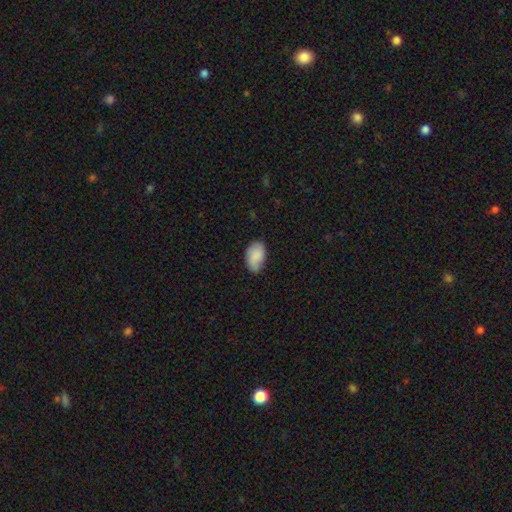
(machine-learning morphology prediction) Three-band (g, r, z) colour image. It shows a smooth galaxy with no disk features (82%) that is in between round and cigar-shaped (92%). Merging: none (63%).